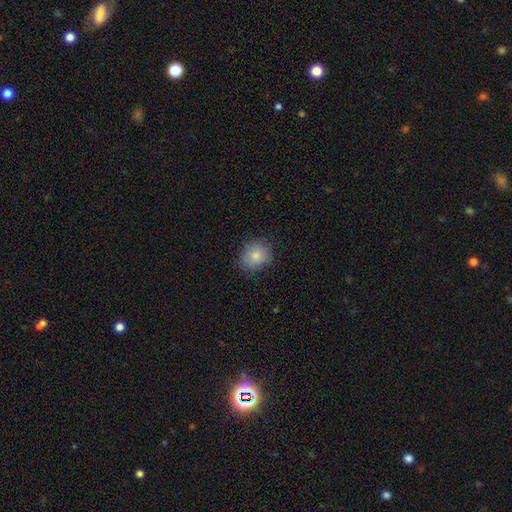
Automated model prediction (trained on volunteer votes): smooth_or_featured: smooth (p=0.84) [alt: star or artifact p=0.09]
how_rounded: round (p=0.74) [alt: in between p=0.25]
merging: none (p=0.82) [alt: minor disturbance p=0.14]